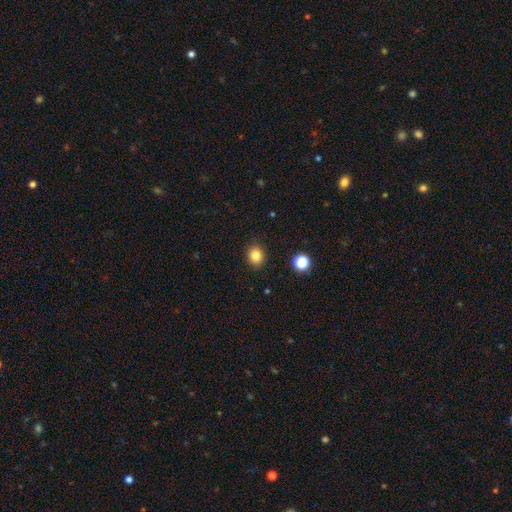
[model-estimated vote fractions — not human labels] Q: Smooth or featured?
A: smooth (83%); runner-up: star or artifact (12%)
Q: How rounded?
A: round (65%); runner-up: in between (34%)
Q: Merging?
A: none (89%); runner-up: minor disturbance (7%)